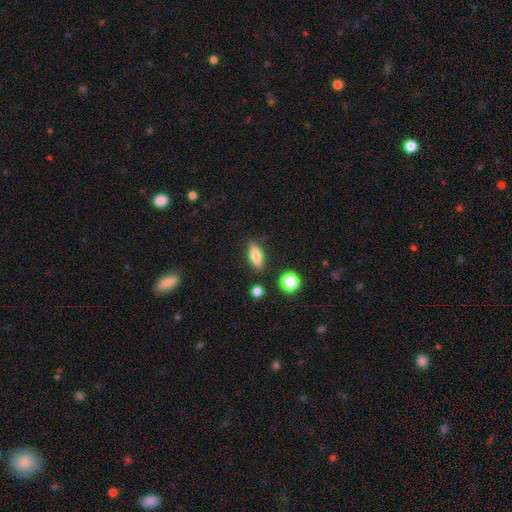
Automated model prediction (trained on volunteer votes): A smooth galaxy with no disk features (73%) that is in between round and cigar-shaped (72%). Merging: none (83%).